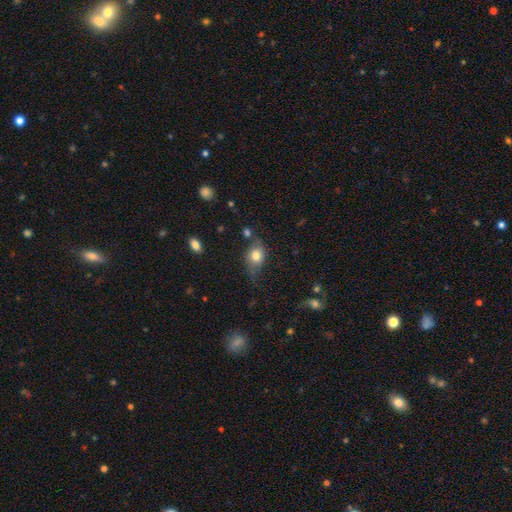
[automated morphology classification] type=smooth (77%); roundness=in between (60%); merging=none (58%).